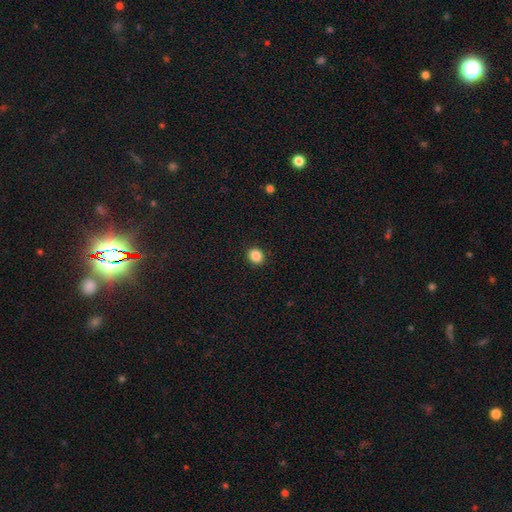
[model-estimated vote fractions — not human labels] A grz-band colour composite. It shows a smooth galaxy with no disk features (87%) that is round (76%). Merging: none (92%).